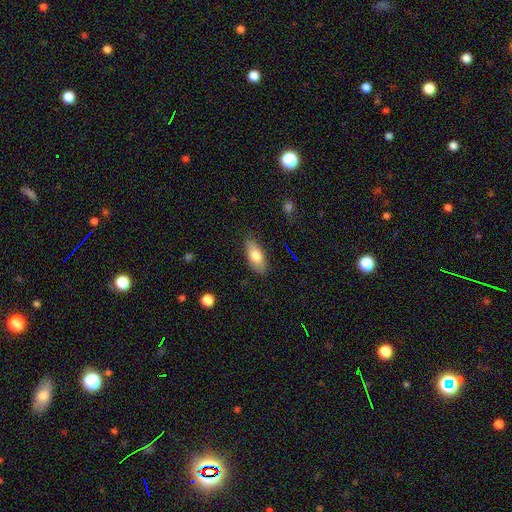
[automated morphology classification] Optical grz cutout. It shows a smooth galaxy with no disk features (73%) that is in between round and cigar-shaped (83%). Merging: none (84%).